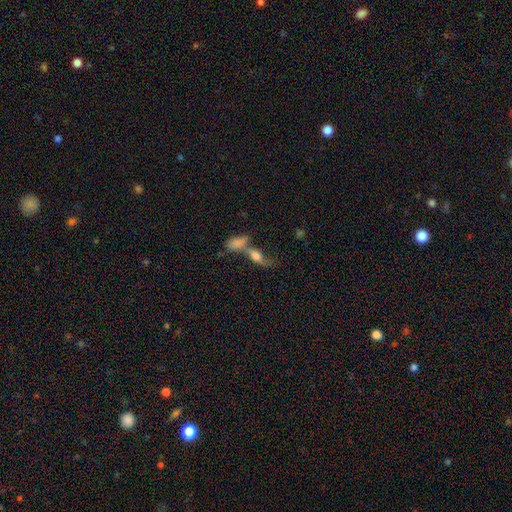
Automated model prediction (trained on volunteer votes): A smooth galaxy with no disk features (58%) that is in between round and cigar-shaped (67%). Merging: merger (56%).